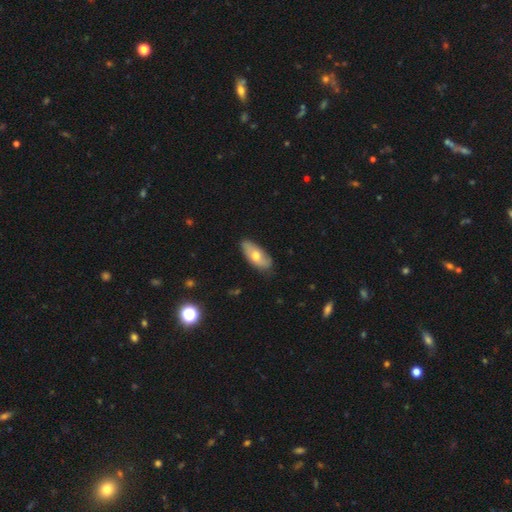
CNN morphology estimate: This appears to be a smooth galaxy with no disk features (61%) that is in between round and cigar-shaped (87%). Merging: none (77%).